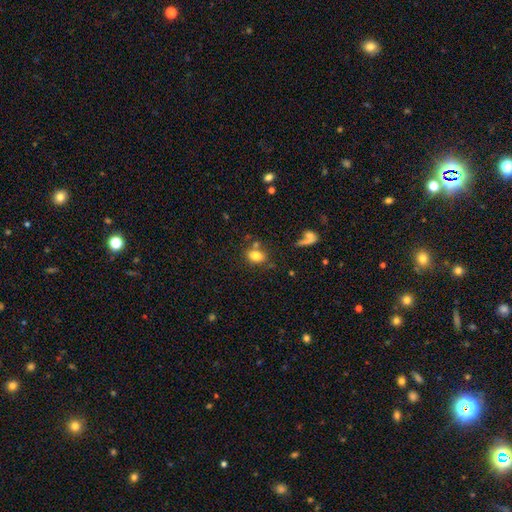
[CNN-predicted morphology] This is likely a smooth galaxy (79%). How rounded: likely in between (73%). Merging: likely none (67%).